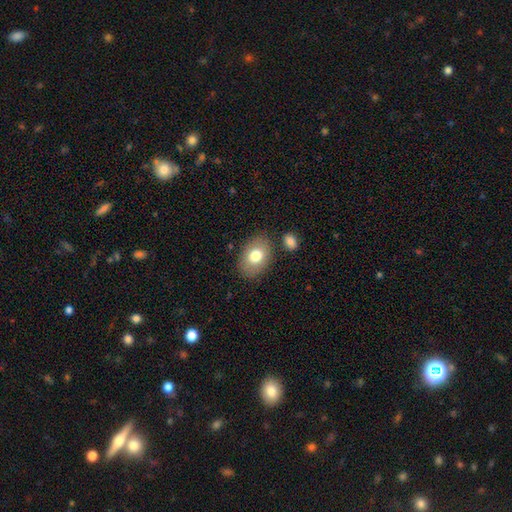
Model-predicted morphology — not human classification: A smooth galaxy with no disk features (77%) that is in between round and cigar-shaped (80%). Merging: none (81%).